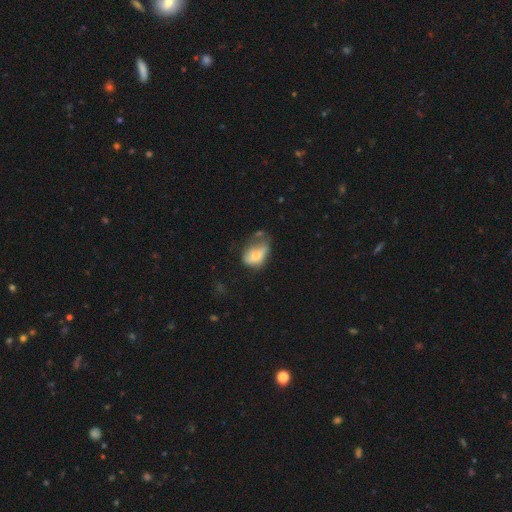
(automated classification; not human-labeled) This is likely a smooth galaxy (69%). How rounded: clearly in between (84%). Merging: marginally minor disturbance (35%).